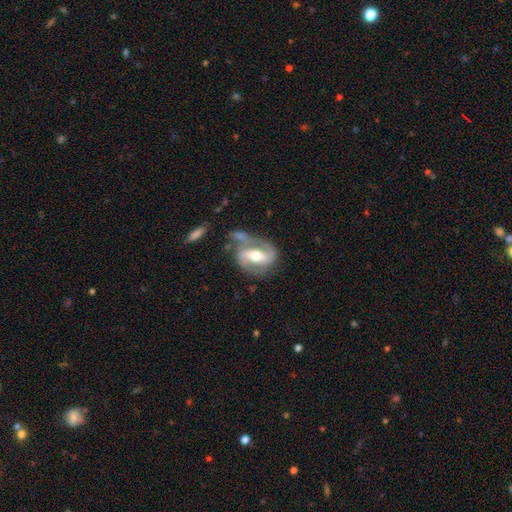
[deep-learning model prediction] Smooth or featured? Predicted: featured or disk (p=0.86). Edge-on disk? Predicted: no (p=0.96). Bar? Predicted: strong (p=0.52). Spiral arms? Predicted: yes (p=0.93). Spiral winding? Predicted: medium (p=0.53). Spiral arm count? Predicted: 2 (p=0.85). Bulge size? Predicted: moderate (p=0.70). Merging? Predicted: none (p=0.54).